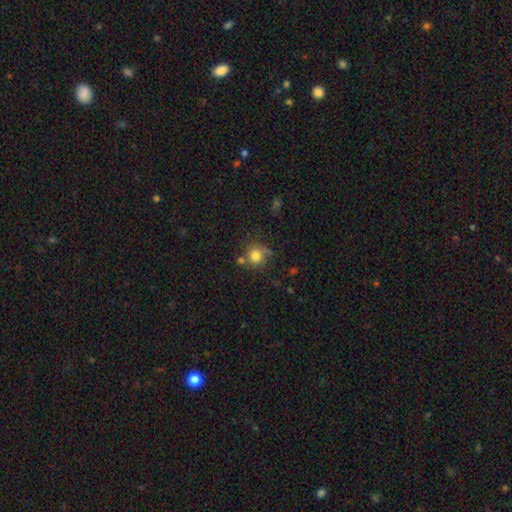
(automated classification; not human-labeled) Smooth or featured? smooth (80%)
How rounded? round (90%)
Merging? none (64%)